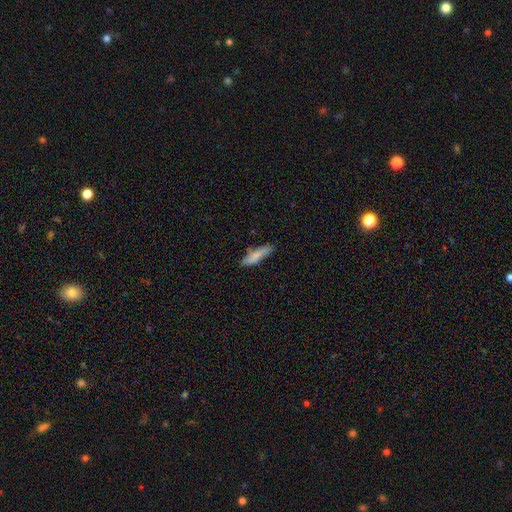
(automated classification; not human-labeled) Q: Smooth or featured?
A: smooth (79%); runner-up: featured or disk (15%)
Q: How rounded?
A: cigar-shaped (63%); runner-up: in between (35%)
Q: Merging?
A: none (77%); runner-up: minor disturbance (17%)